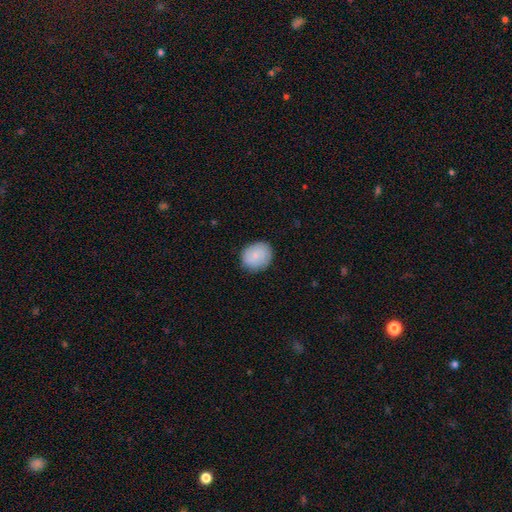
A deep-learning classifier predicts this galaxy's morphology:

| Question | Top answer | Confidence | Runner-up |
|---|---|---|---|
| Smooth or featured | smooth | 79% | featured or disk (15%) |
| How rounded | round | 61% | in between (38%) |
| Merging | none | 83% | minor disturbance (13%) |